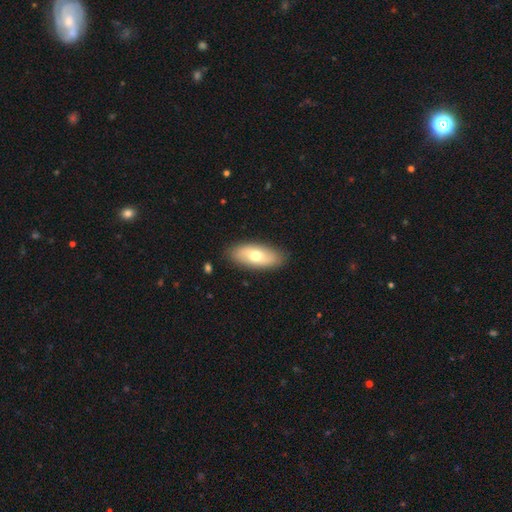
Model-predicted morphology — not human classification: smooth_or_featured: smooth (p=0.64) [alt: featured or disk p=0.30]
how_rounded: in between (p=0.86) [alt: cigar-shaped p=0.11]
merging: none (p=0.87) [alt: minor disturbance p=0.10]